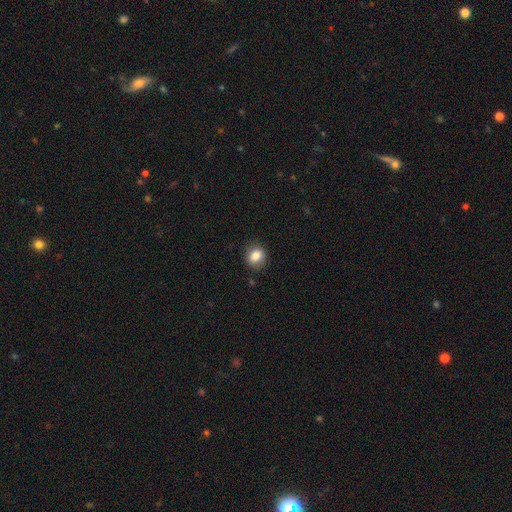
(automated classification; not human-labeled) A smooth galaxy with no disk features (83%) that is round (73%). Merging: none (84%).